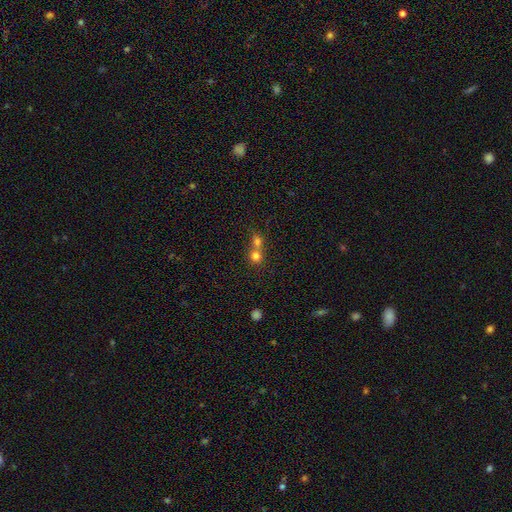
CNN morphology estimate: This is likely a smooth galaxy (76%). How rounded: clearly round (84%). Merging: likely merger (63%).